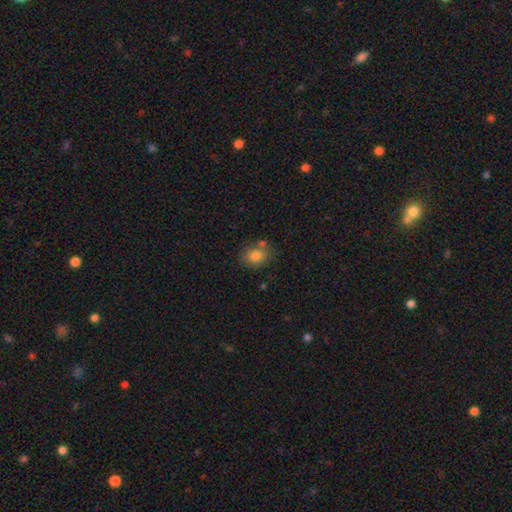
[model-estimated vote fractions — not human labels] Q: Smooth or featured?
A: smooth (82%); runner-up: star or artifact (9%)
Q: How rounded?
A: in between (58%); runner-up: round (40%)
Q: Merging?
A: none (65%); runner-up: minor disturbance (17%)